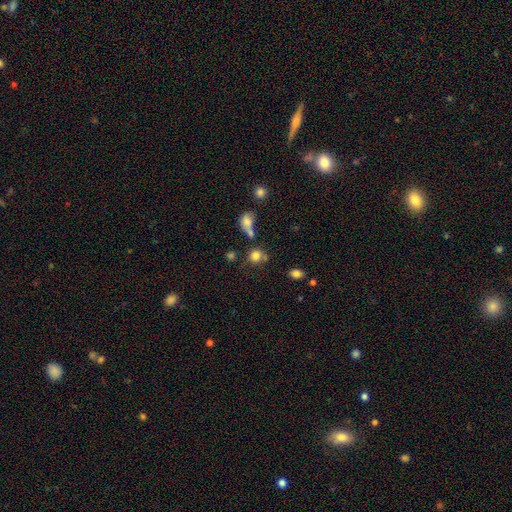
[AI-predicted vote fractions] smooth 79%, star or artifact 13%, featured or disk 8%. Down the decision tree: how rounded — round (83%); merging — none (59%).